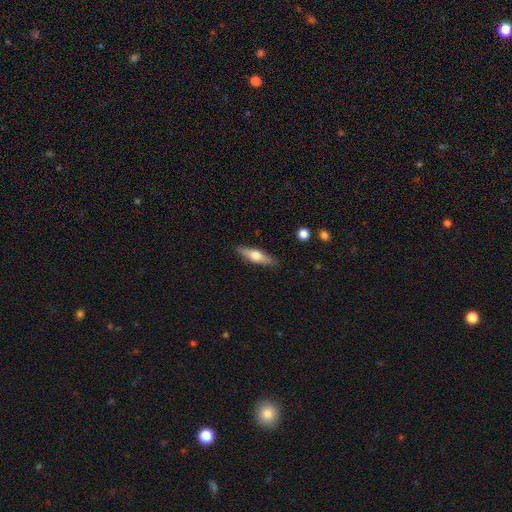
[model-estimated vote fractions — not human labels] This appears to be a featured or disk galaxy (50%). Merging: none (88%).